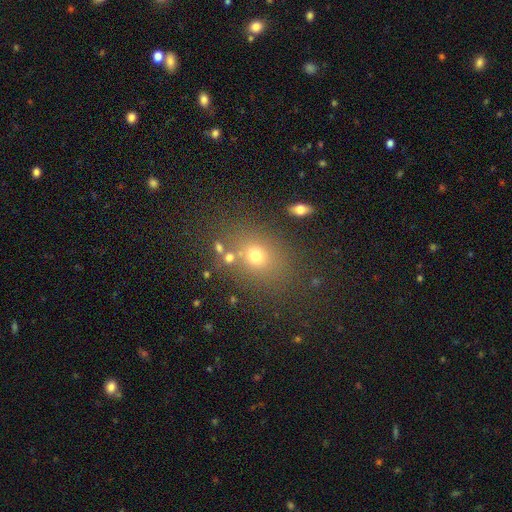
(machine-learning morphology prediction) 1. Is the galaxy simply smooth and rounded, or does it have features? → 66% smooth, 20% star or artifact, 14% featured or disk.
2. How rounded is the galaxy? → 51% in between, 48% round, 2% cigar-shaped.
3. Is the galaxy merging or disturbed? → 73% none, 13% minor disturbance, 9% merger, 6% major disturbance.